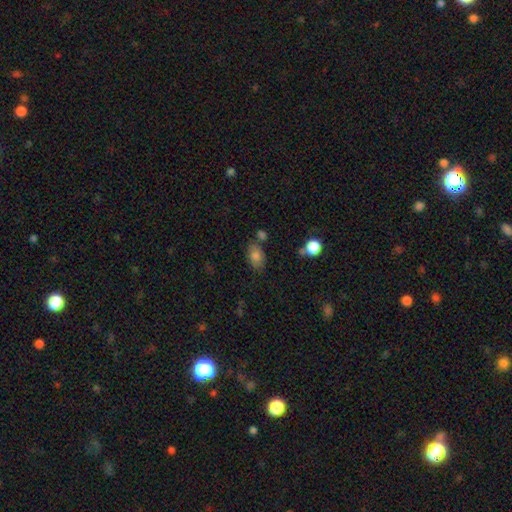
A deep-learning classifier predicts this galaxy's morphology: type=smooth (80%); roundness=in between (84%); merging=none (65%).